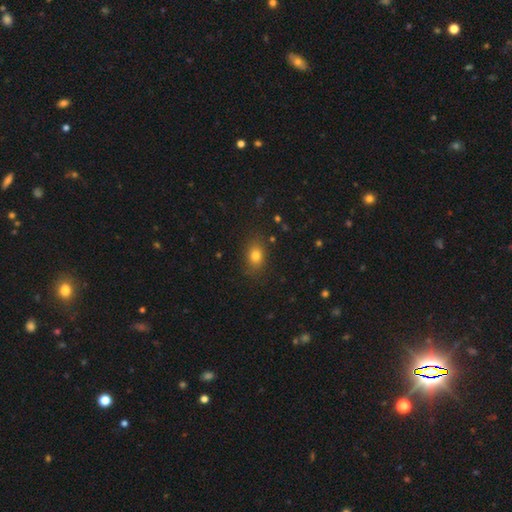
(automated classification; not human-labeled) smooth 78%, star or artifact 13%, featured or disk 9%. Down the decision tree: how rounded — in between (68%); merging — none (82%).